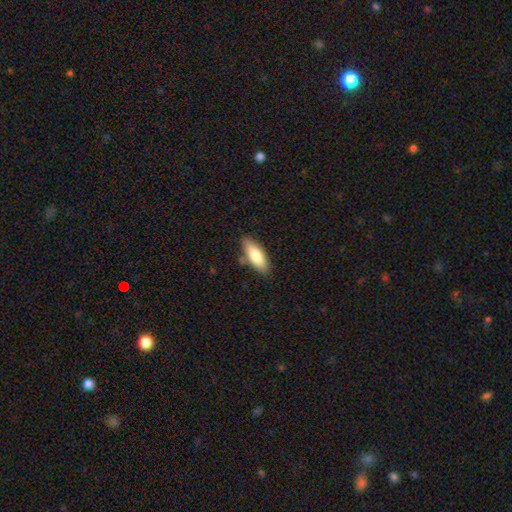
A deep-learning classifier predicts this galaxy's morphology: Smooth or featured: smooth — 80% (featured or disk — 14%)
How rounded: in between — 70% (cigar-shaped — 28%)
Merging: none — 81% (minor disturbance — 13%)